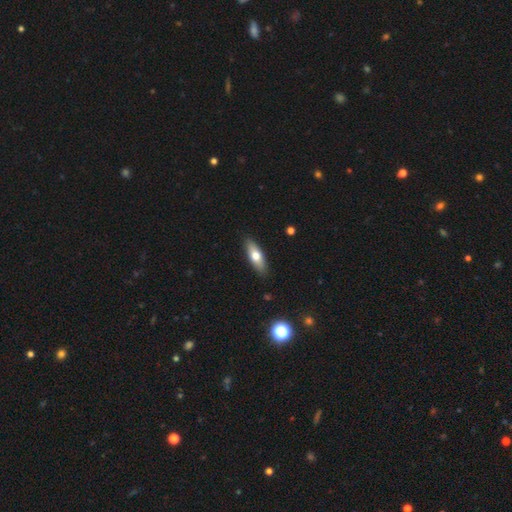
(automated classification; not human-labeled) Smooth or featured?
  - smooth: 63% *
  - featured or disk: 31%
  - star or artifact: 6%
How rounded?
  - in between: 59% *
  - cigar-shaped: 38%
  - round: 3%
Merging?
  - none: 88% *
  - minor disturbance: 9%
  - major disturbance: 2%
  - merger: 1%